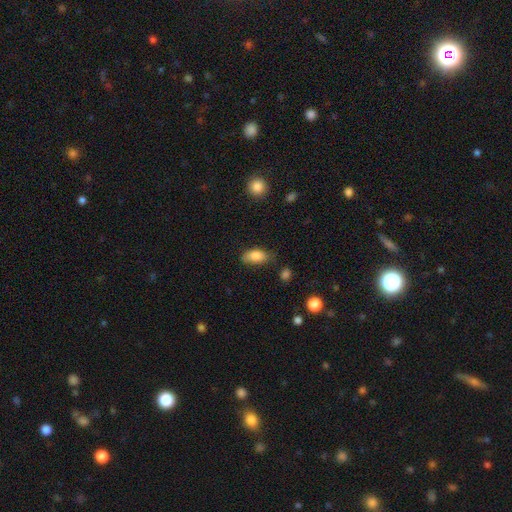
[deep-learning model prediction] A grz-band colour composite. It shows a smooth galaxy with no disk features (84%) that is in between round and cigar-shaped (91%). Merging: none (67%).